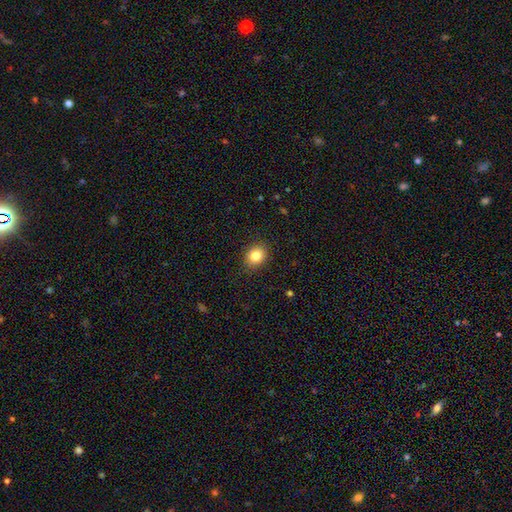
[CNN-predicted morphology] smooth-or-featured: smooth: 85% | star or artifact: 10% | featured or disk: 6%
  how-rounded: round: 56% | in between: 43% | cigar-shaped: 1%
  merging: none: 88% | minor disturbance: 8% | major disturbance: 2% | merger: 1%